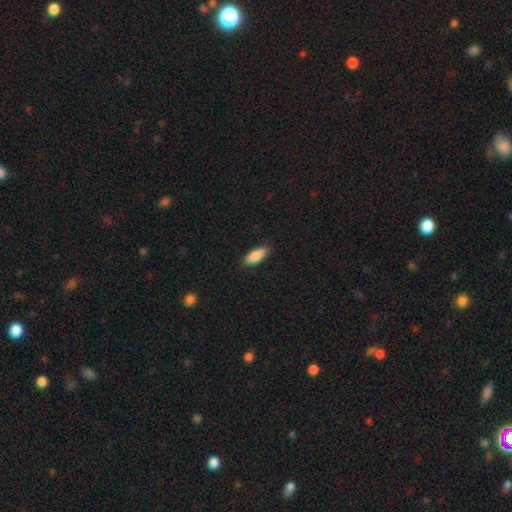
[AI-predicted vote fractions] Overall: smooth (88%). How rounded: in between (73%). Merging: none (88%).